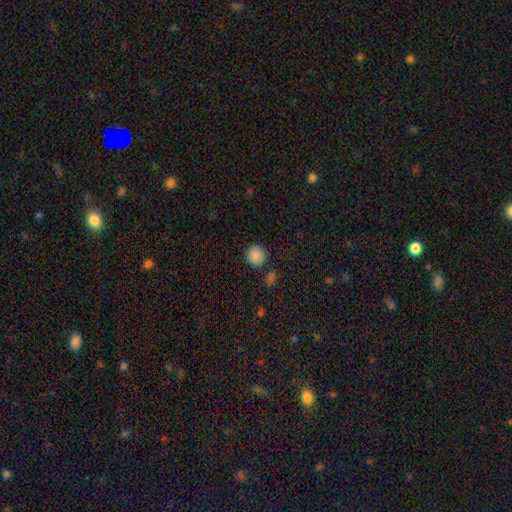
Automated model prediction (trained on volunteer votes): smooth-or-featured: smooth: 86% | star or artifact: 10% | featured or disk: 3%
  how-rounded: round: 90% | in between: 9% | cigar-shaped: 1%
  merging: none: 82% | minor disturbance: 10% | merger: 6% | major disturbance: 3%